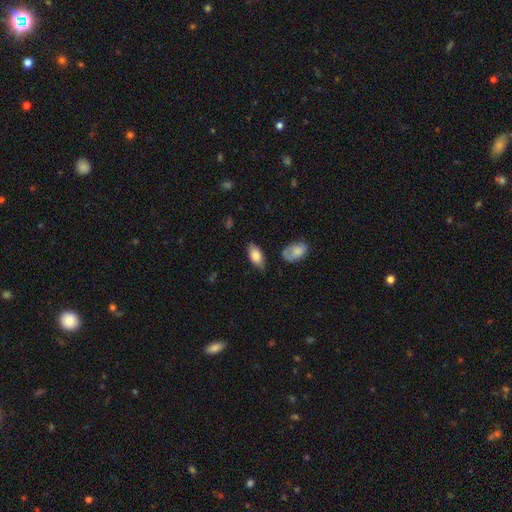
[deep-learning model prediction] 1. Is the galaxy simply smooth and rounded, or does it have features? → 82% smooth, 12% featured or disk, 7% star or artifact.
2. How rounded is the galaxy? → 91% in between, 5% cigar-shaped, 3% round.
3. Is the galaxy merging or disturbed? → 72% none, 21% minor disturbance, 4% major disturbance, 3% merger.